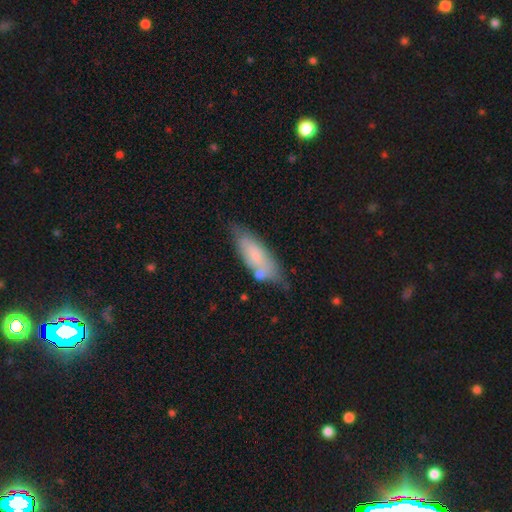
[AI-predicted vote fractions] A smooth galaxy with no disk features (68%) that is in between round and cigar-shaped (60%). Merging: none (63%).